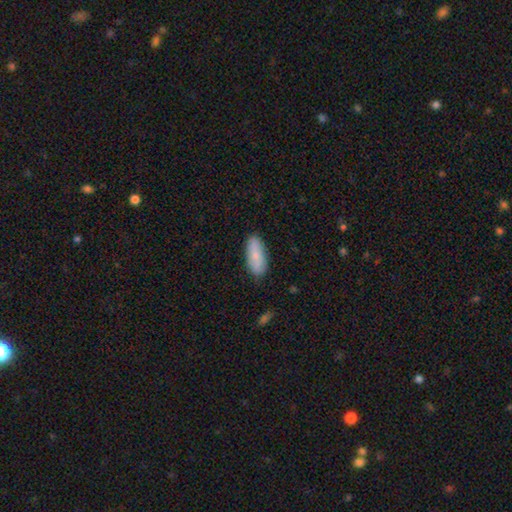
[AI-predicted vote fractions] The model was most divided on "how rounded": in between: 75%, cigar-shaped: 23%, round: 2%. More confident: merging — none (84%); smooth or featured — smooth (80%).